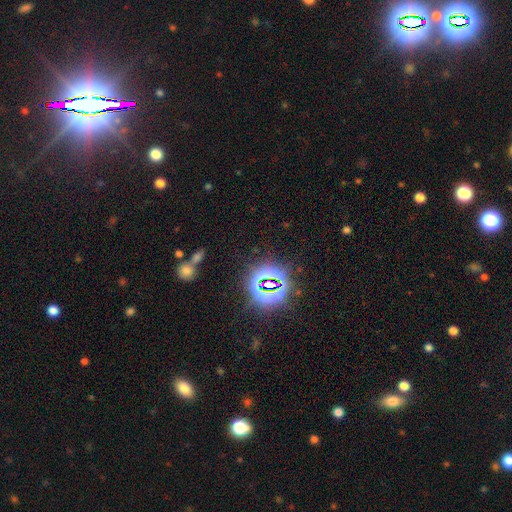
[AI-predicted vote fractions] Q: Smooth or featured?
A: star or artifact (82%); runner-up: smooth (10%)